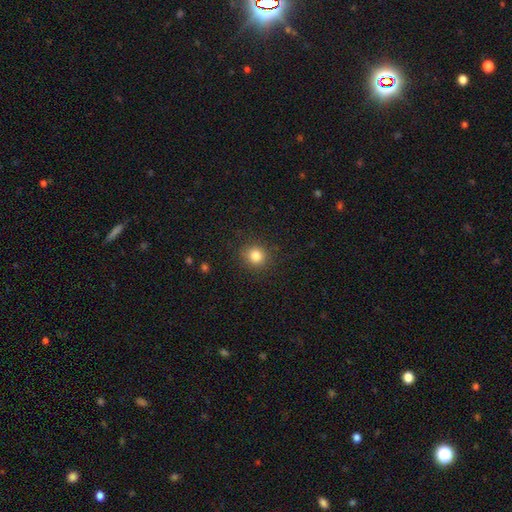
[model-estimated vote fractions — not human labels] Smooth or featured? Predicted: smooth (p=0.83). How rounded? Predicted: round (p=0.88). Merging? Predicted: none (p=0.88).